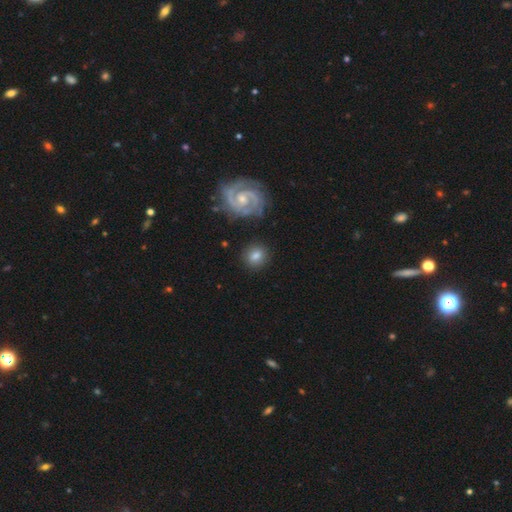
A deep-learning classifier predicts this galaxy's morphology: A smooth galaxy with no disk features (63%) that is round (83%). Merging: none (84%).